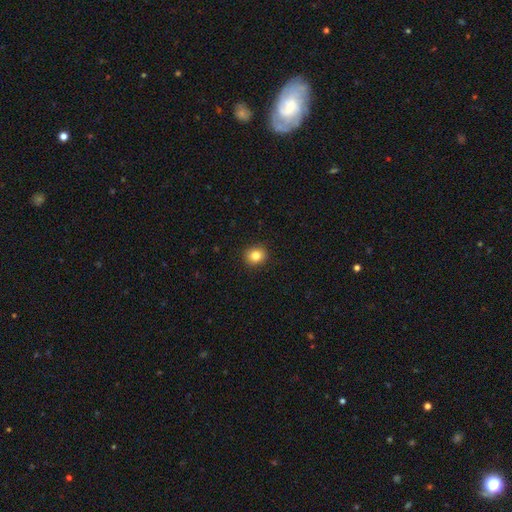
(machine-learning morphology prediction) Q: Smooth or featured?
A: smooth (83%); runner-up: star or artifact (10%)
Q: How rounded?
A: round (80%); runner-up: in between (19%)
Q: Merging?
A: none (91%); runner-up: minor disturbance (6%)